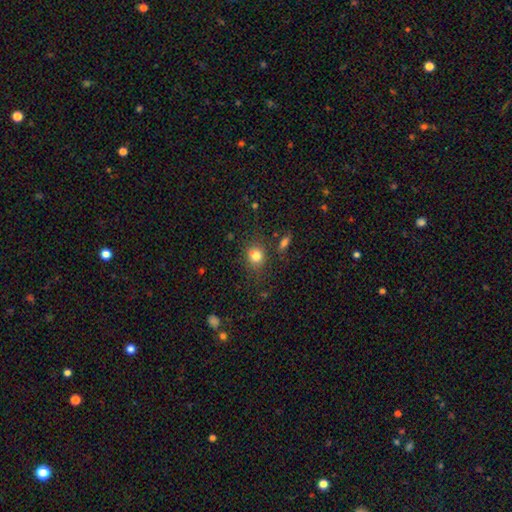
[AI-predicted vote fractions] A smooth galaxy with no disk features (81%) that is round (62%).

Vote fractions:
- Smooth or featured? smooth: 81% / star or artifact: 12% / featured or disk: 7%
- How rounded? round: 62% / in between: 36% / cigar-shaped: 1%
- Merging? none: 77% / minor disturbance: 14% / merger: 5% / major disturbance: 5%